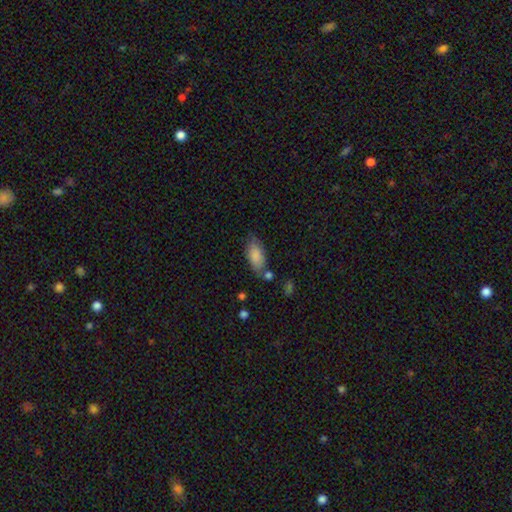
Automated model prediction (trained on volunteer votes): A smooth galaxy with no disk features (84%) that is in between round and cigar-shaped (88%). Merging: none (62%).